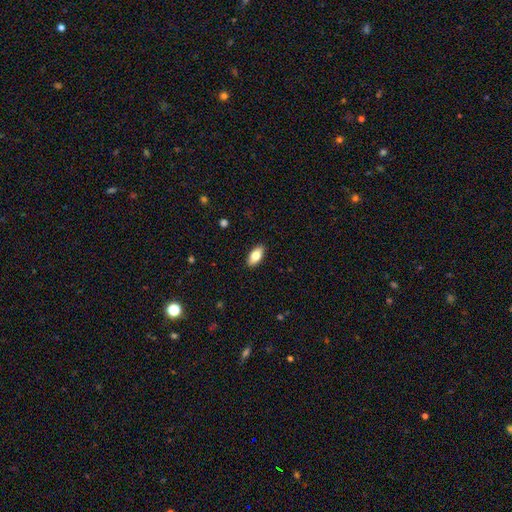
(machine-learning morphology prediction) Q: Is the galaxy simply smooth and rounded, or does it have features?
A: smooth — 79%.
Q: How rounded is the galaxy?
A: in between — 90%.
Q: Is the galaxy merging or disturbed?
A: none — 89%.